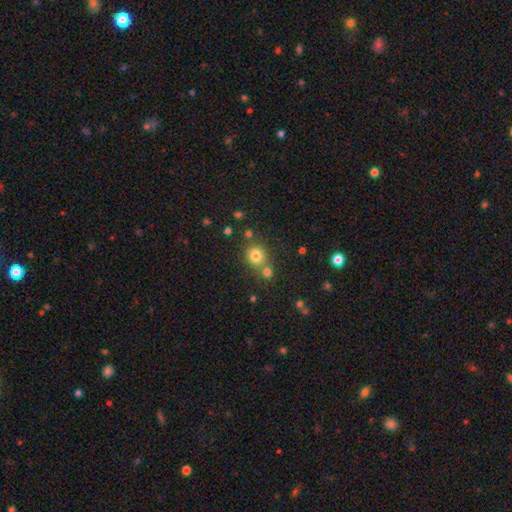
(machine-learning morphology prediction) smooth-or-featured: smooth: 77% | star or artifact: 15% | featured or disk: 8%
  how-rounded: round: 84% | in between: 15% | cigar-shaped: 1%
  merging: none: 62% | merger: 26% | minor disturbance: 9% | major disturbance: 3%